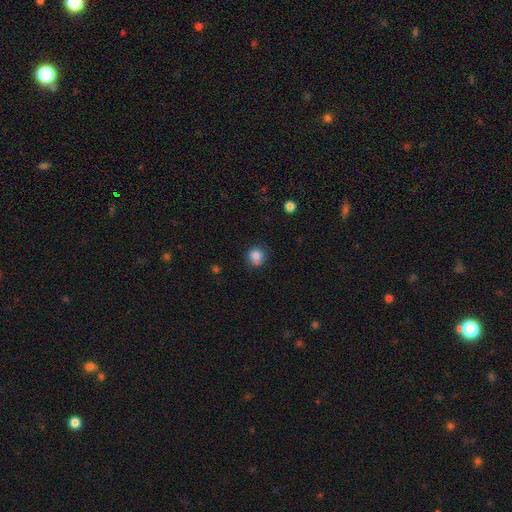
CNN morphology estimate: Q: Smooth or featured?
A: smooth (82%); runner-up: star or artifact (11%)
Q: How rounded?
A: round (86%); runner-up: in between (13%)
Q: Merging?
A: none (77%); runner-up: minor disturbance (16%)